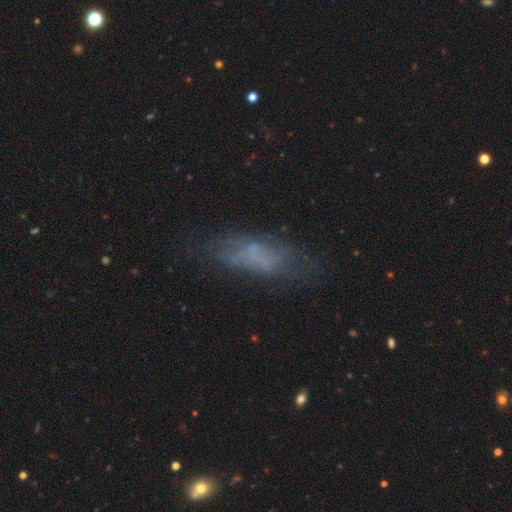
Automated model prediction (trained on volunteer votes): This is possibly a smooth galaxy (45%). Merging: possibly none (58%).